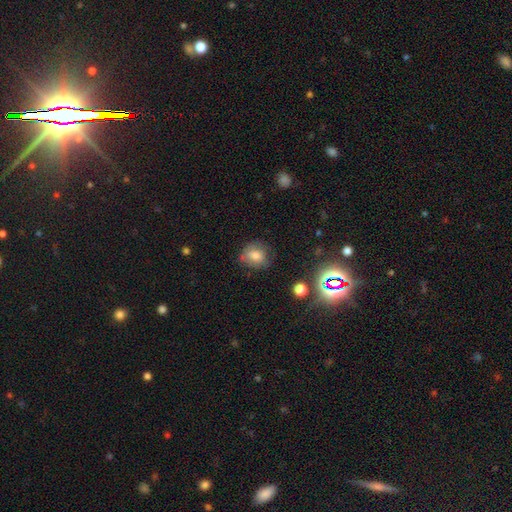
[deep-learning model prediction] The model was most divided on "how rounded": round: 64%, in between: 35%, cigar-shaped: 1%. More confident: smooth or featured — smooth (72%); merging — none (65%).